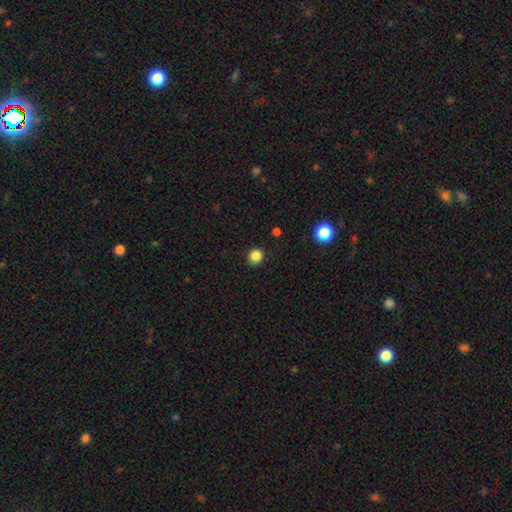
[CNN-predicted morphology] A smooth galaxy with no disk features (85%) that is round (86%).

Vote fractions:
- Smooth or featured? smooth: 85% / star or artifact: 12% / featured or disk: 3%
- How rounded? round: 86% / in between: 13% / cigar-shaped: 1%
- Merging? none: 88% / minor disturbance: 9% / major disturbance: 2% / merger: 1%